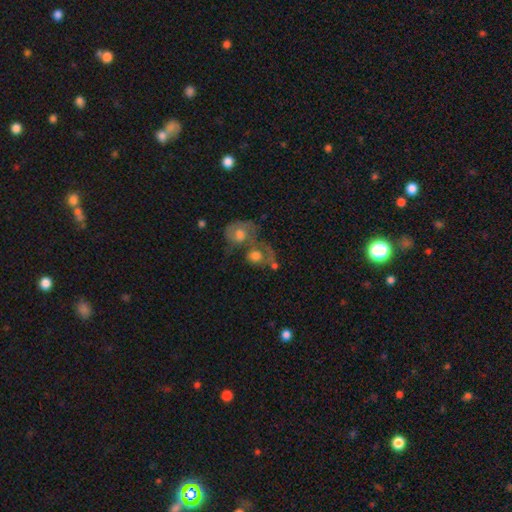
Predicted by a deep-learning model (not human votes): smooth-or-featured: smooth: 52% | featured or disk: 39% | star or artifact: 10%
  how-rounded: round: 65% | in between: 33% | cigar-shaped: 2%
  merging: merger: 65% | none: 16% | major disturbance: 11% | minor disturbance: 8%